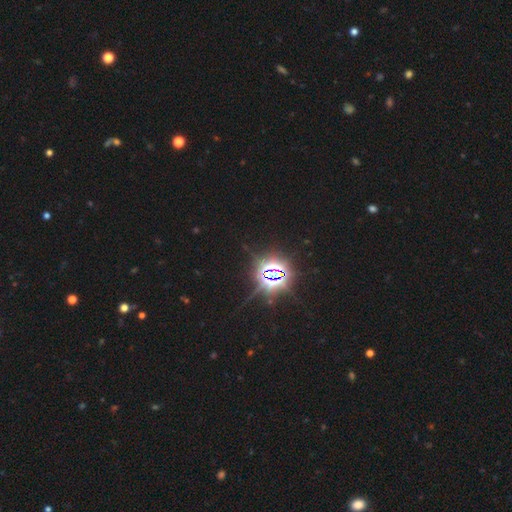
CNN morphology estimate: The model was most divided on "smooth or featured": star or artifact: 85%, smooth: 10%, featured or disk: 5%.